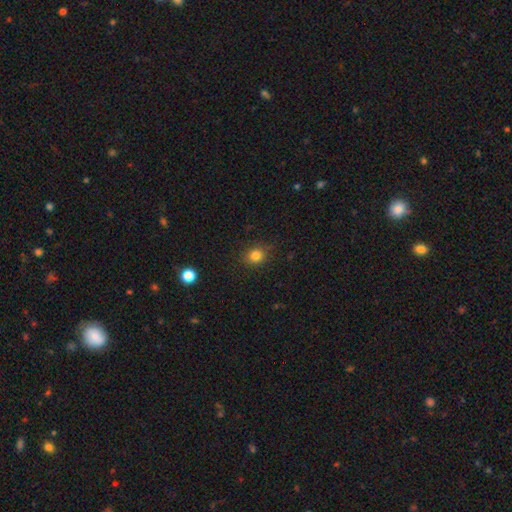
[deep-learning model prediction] Q: Smooth or featured?
A: smooth (82%); runner-up: star or artifact (13%)
Q: How rounded?
A: round (74%); runner-up: in between (25%)
Q: Merging?
A: none (85%); runner-up: minor disturbance (11%)